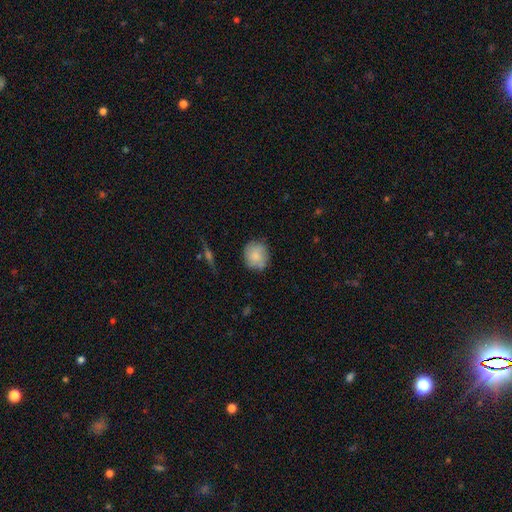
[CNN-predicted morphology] smooth 76%, featured or disk 17%, star or artifact 7%. Down the decision tree: how rounded — round (83%); merging — none (75%).